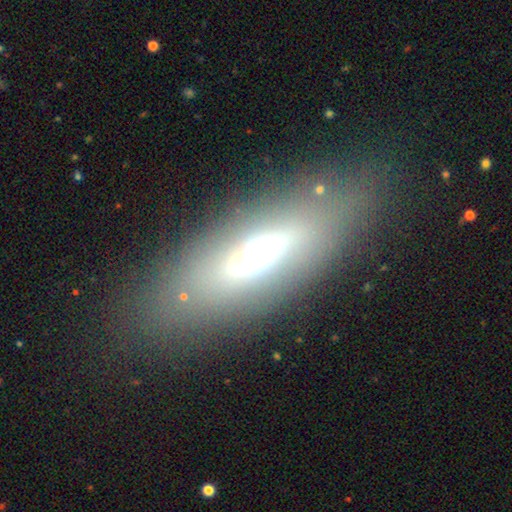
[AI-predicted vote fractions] smooth_or_featured: smooth (p=0.45) [alt: featured or disk p=0.43]
merging: none (p=0.78) [alt: minor disturbance p=0.12]